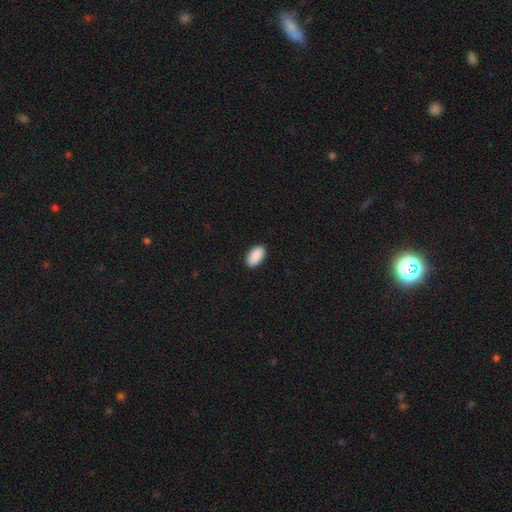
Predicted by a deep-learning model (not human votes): Smooth or featured? Predicted: smooth (p=0.91). How rounded? Predicted: in between (p=0.96). Merging? Predicted: none (p=0.90).